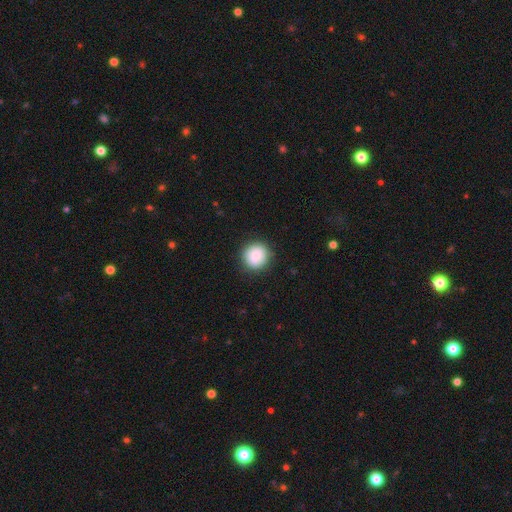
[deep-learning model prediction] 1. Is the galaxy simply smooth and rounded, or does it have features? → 84% smooth, 8% star or artifact, 8% featured or disk.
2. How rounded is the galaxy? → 92% round, 7% in between, 1% cigar-shaped.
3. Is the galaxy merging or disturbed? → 87% none, 10% minor disturbance, 3% major disturbance, 1% merger.